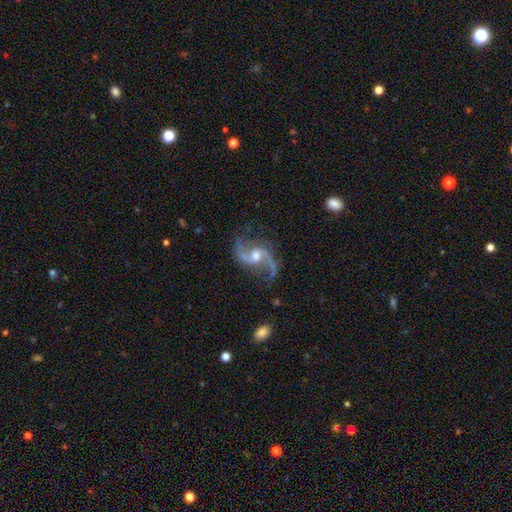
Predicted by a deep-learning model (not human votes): This is clearly a featured or disk galaxy (92%). It is clearly not viewed edge-on (98%). Bar: possibly no (47%). Spiral arm pattern: clearly yes (98%). Spiral arm count: clearly 2 (93%). Spiral winding: likely loose (68%). Central bulge: likely moderate (66%). Merging: likely none (75%).